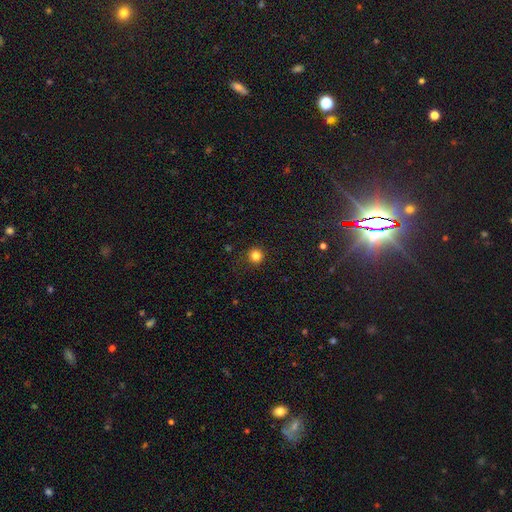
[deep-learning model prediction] Q: Smooth or featured?
A: smooth (83%); runner-up: star or artifact (13%)
Q: How rounded?
A: round (95%); runner-up: in between (4%)
Q: Merging?
A: none (90%); runner-up: minor disturbance (7%)